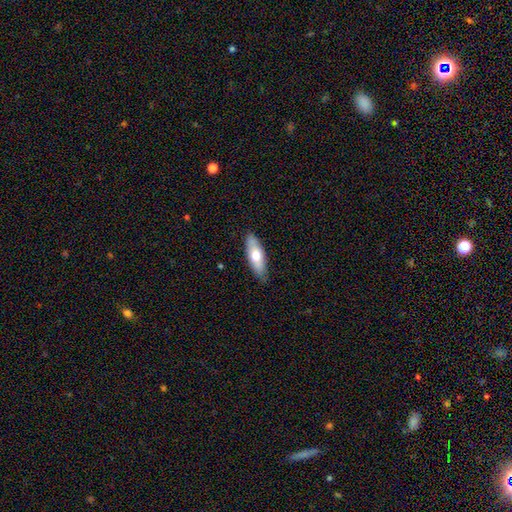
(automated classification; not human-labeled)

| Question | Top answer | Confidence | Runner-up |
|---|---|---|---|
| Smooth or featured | smooth | 64% | featured or disk (30%) |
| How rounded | in between | 65% | cigar-shaped (32%) |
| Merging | none | 84% | minor disturbance (13%) |